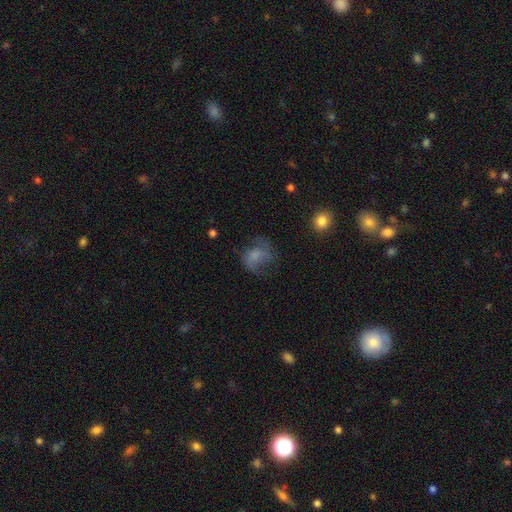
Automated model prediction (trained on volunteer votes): A smooth galaxy with no disk features (50%) that is round (52%). Merging: none (45%).